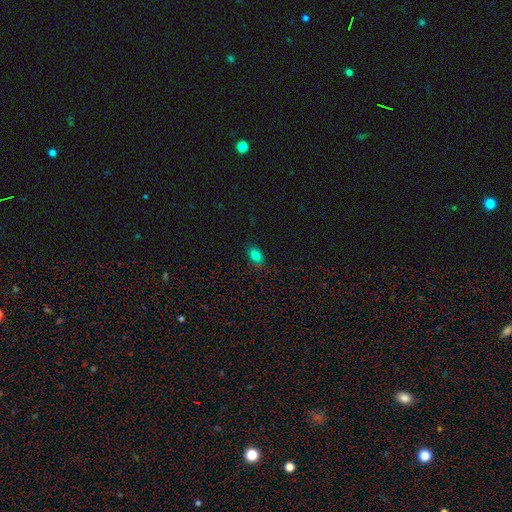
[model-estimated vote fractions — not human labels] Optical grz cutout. It shows a smooth galaxy with no disk features (80%) that is in between round and cigar-shaped (84%). Merging: none (80%).